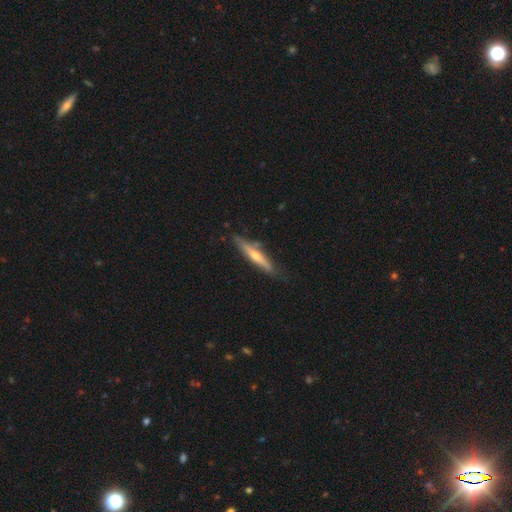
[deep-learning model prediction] smooth_or_featured: featured or disk (p=0.65) [alt: smooth p=0.29]
disk_edge_on: yes (p=0.93) [alt: no p=0.07]
edge_on_bulge: rounded (p=0.85) [alt: none p=0.12]
merging: none (p=0.80) [alt: minor disturbance p=0.15]